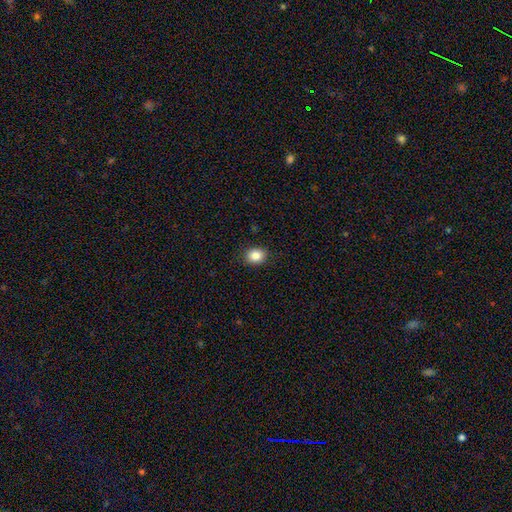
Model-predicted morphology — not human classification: type=smooth (86%); roundness=round (51%); merging=none (89%).